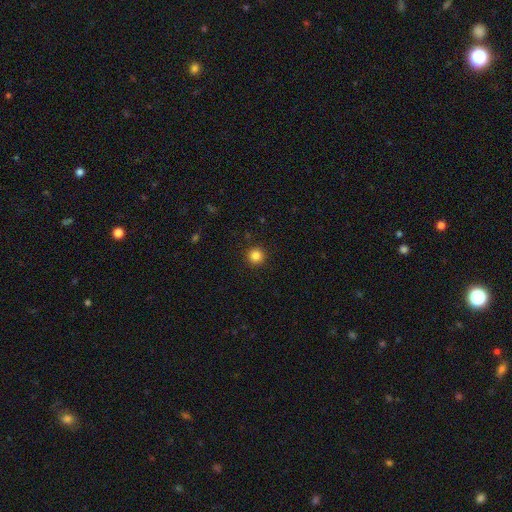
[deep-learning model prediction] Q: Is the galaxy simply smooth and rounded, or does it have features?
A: smooth — 84%.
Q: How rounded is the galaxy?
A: round — 96%.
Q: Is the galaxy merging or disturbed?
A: none — 92%.